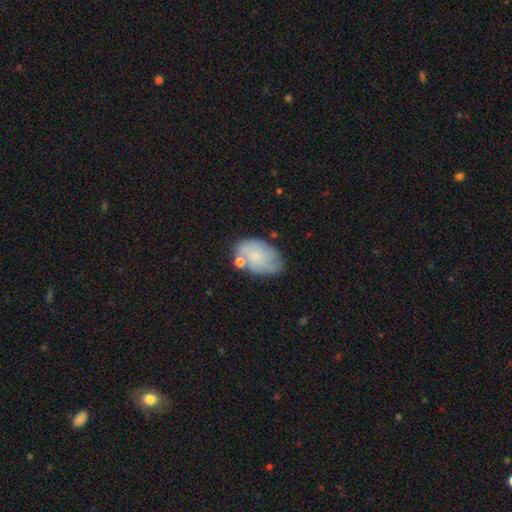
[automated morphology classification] Smooth or featured?
  - smooth: 59% *
  - featured or disk: 33%
  - star or artifact: 8%
How rounded?
  - in between: 88% *
  - round: 11%
  - cigar-shaped: 1%
Merging?
  - none: 58% *
  - minor disturbance: 24%
  - merger: 11%
  - major disturbance: 7%